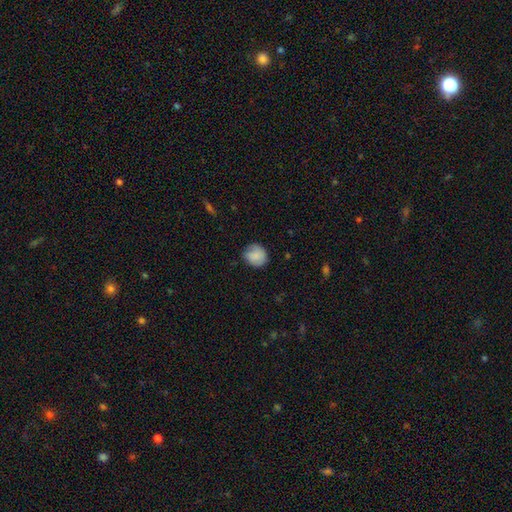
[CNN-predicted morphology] Smooth or featured? smooth (84%)
How rounded? round (80%)
Merging? none (73%)